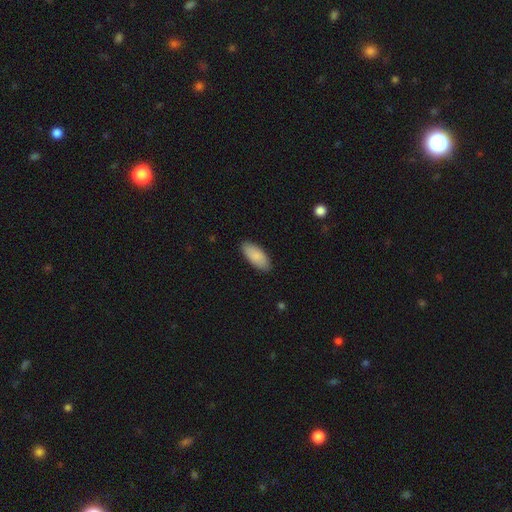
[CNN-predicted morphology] Overall: smooth (87%). How rounded: in between (89%). Merging: none (87%).